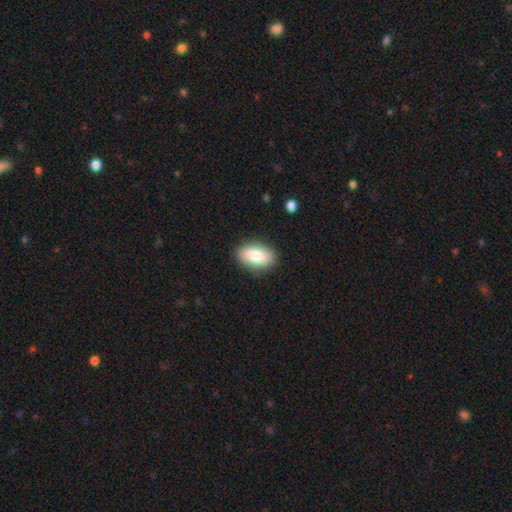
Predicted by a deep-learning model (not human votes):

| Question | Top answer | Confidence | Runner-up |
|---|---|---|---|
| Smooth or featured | smooth | 83% | featured or disk (10%) |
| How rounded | in between | 92% | round (5%) |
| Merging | none | 87% | minor disturbance (9%) |